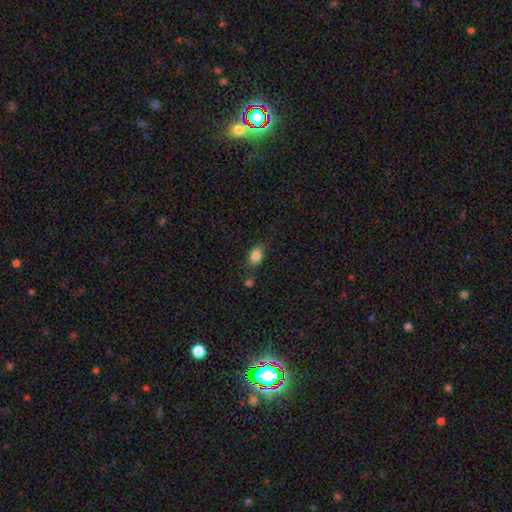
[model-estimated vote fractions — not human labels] Smooth or featured? smooth (84%)
How rounded? in between (76%)
Merging? none (69%)